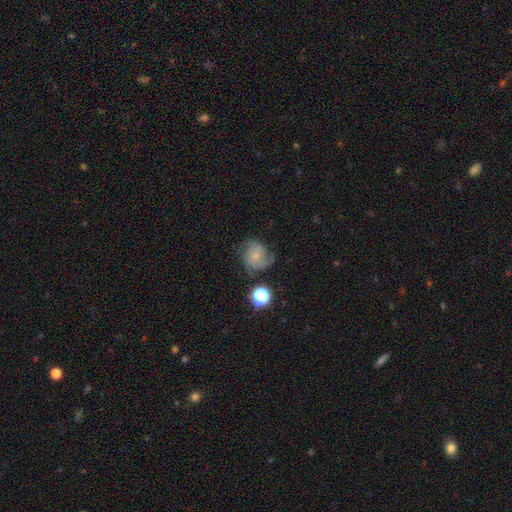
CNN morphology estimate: smooth-or-featured: featured or disk: 52% | smooth: 36% | star or artifact: 11%
  disk-edge-on: no: 98% | yes: 2%
    bar: no: 74% | weak: 22% | strong: 4%
    has-spiral-arms: yes: 89% | no: 11%
    bulge-size: small: 67% | moderate: 16% | none: 13% | large: 2% | dominant: 2%
  merging: none: 53% | minor disturbance: 25% | major disturbance: 18% | merger: 4%